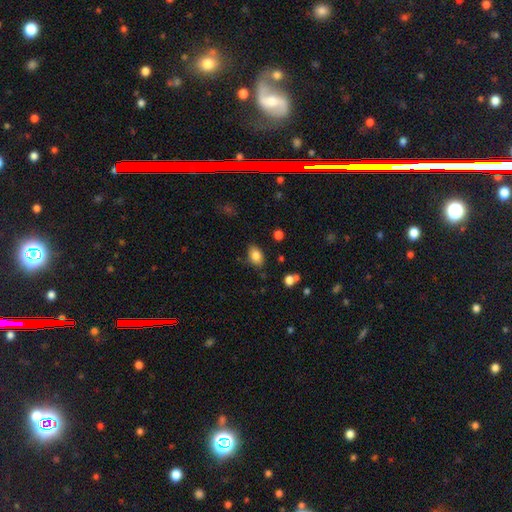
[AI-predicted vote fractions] smooth 84%, star or artifact 9%, featured or disk 7%. Down the decision tree: how rounded — in between (83%); merging — none (80%).